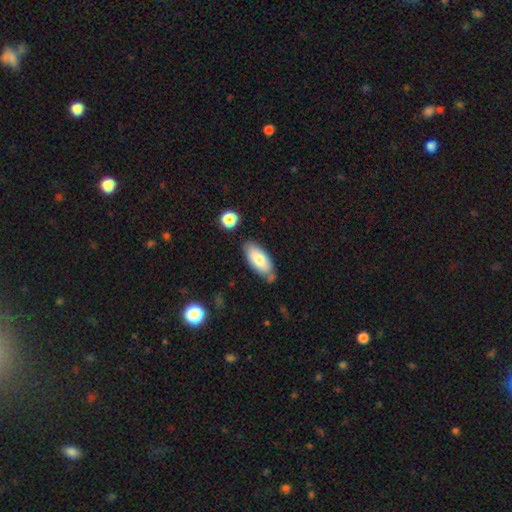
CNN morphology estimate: smooth_or_featured: smooth (p=0.74) [alt: featured or disk p=0.18]
how_rounded: in between (p=0.84) [alt: cigar-shaped p=0.14]
merging: none (p=0.75) [alt: minor disturbance p=0.17]